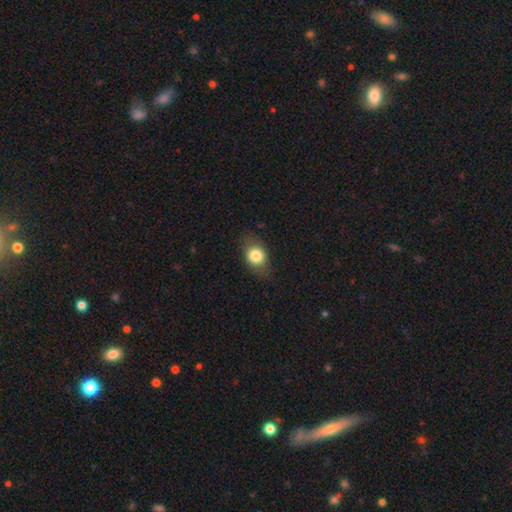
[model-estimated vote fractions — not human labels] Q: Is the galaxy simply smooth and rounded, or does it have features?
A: smooth — 78%.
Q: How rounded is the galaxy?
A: in between — 64%.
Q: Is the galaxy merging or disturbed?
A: none — 79%.